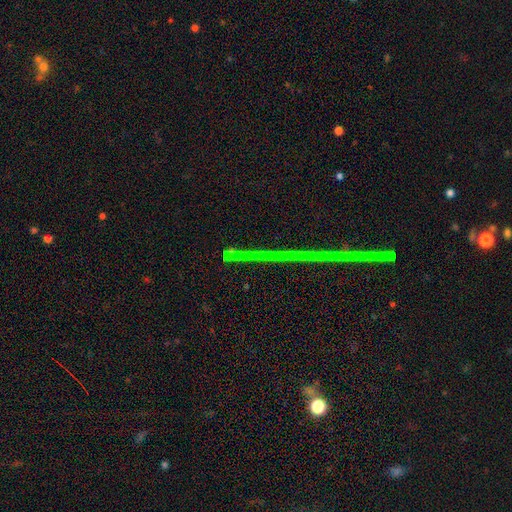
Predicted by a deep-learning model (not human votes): A star or artifact, not a galaxy (83%).

Vote fractions:
- Smooth or featured? star or artifact: 83% / featured or disk: 11% / smooth: 6%